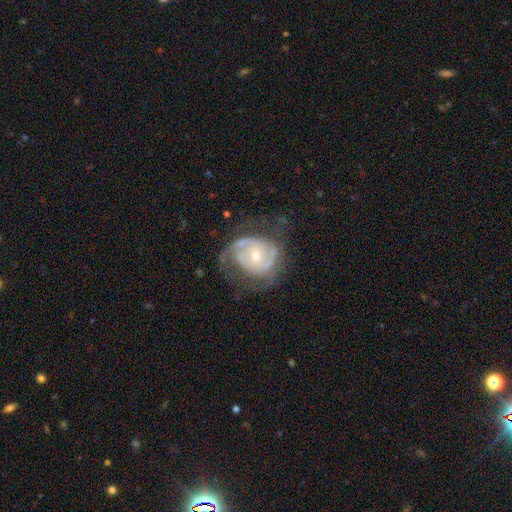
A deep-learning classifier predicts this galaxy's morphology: featured or disk 85%, smooth 9%, star or artifact 5%. Down the decision tree: edge-on disk — no (98%); bar — no (64%); spiral arms — yes (94%); spiral arm count — 2 (52%); spiral winding — tight (50%); bulge size — small (57%); merging — none (57%).